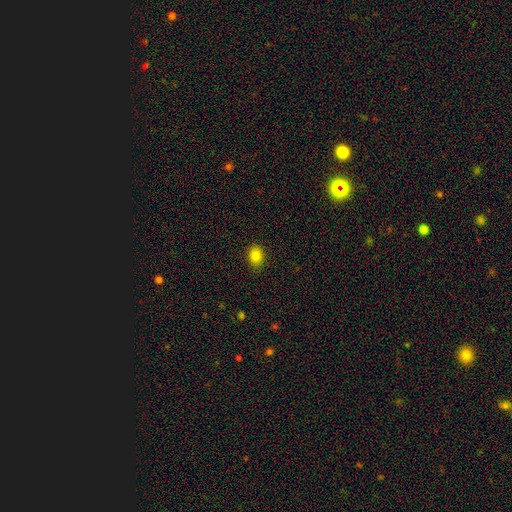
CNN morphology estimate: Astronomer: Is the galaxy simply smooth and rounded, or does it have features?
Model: smooth — 82%.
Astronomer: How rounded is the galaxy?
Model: round — 50% (runner-up: in between, 49%).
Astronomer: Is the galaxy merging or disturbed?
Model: none — 89%.